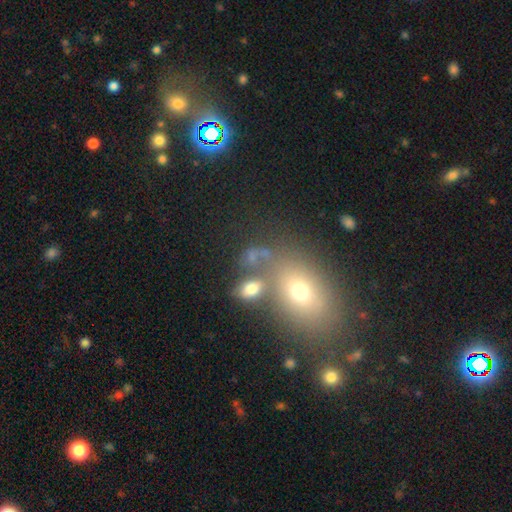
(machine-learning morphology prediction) smooth 65%, featured or disk 18%, star or artifact 18%. Down the decision tree: how rounded — in between (67%); merging — none (47%).